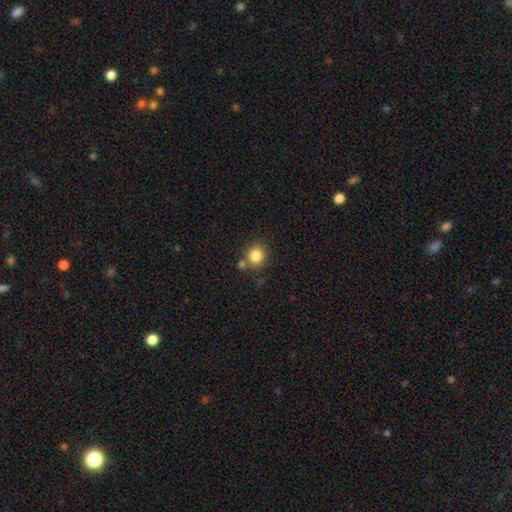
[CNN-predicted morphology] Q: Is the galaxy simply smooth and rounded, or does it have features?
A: smooth — 84%.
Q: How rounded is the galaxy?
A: round — 86%.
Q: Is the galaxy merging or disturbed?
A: none — 71%.